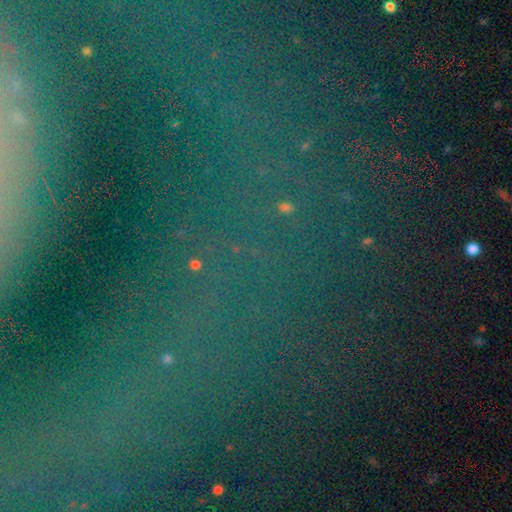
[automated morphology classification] A star or artifact, not a galaxy (72%).

Vote fractions:
- Smooth or featured? star or artifact: 72% / featured or disk: 14% / smooth: 14%